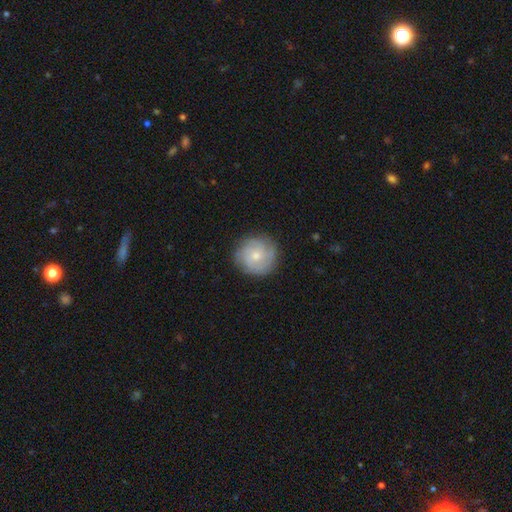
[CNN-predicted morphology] Q: Smooth or featured?
A: smooth (50%); runner-up: featured or disk (43%)
Q: Merging?
A: none (82%); runner-up: minor disturbance (13%)